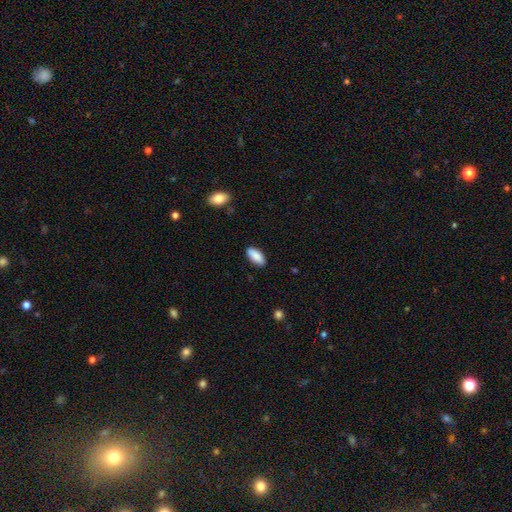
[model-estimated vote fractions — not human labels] smooth-or-featured: smooth: 88% | star or artifact: 6% | featured or disk: 6%
  how-rounded: in between: 86% | cigar-shaped: 12% | round: 2%
  merging: none: 87% | minor disturbance: 10% | major disturbance: 2% | merger: 1%